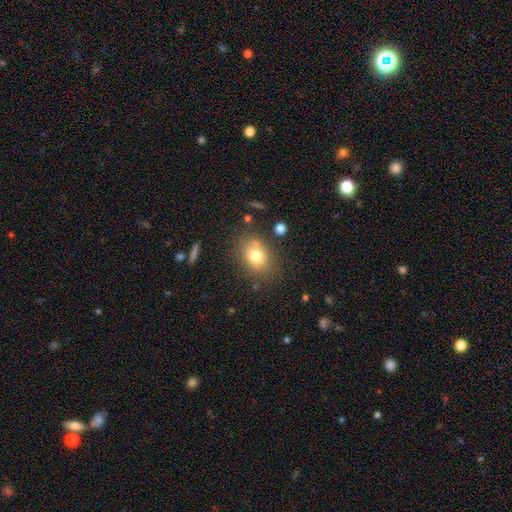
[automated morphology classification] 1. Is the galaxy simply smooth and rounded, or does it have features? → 76% smooth, 14% featured or disk, 11% star or artifact.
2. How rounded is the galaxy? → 68% in between, 31% round, 1% cigar-shaped.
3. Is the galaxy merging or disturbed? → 74% none, 15% minor disturbance, 5% major disturbance, 5% merger.